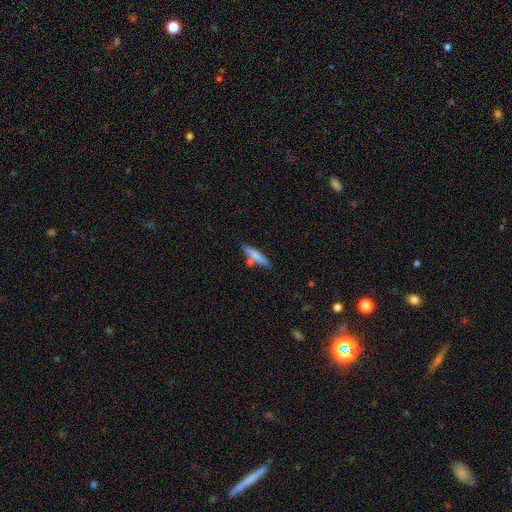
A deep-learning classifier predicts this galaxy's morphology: smooth 75%, featured or disk 19%, star or artifact 6%. Down the decision tree: how rounded — cigar-shaped (81%); merging — none (70%).